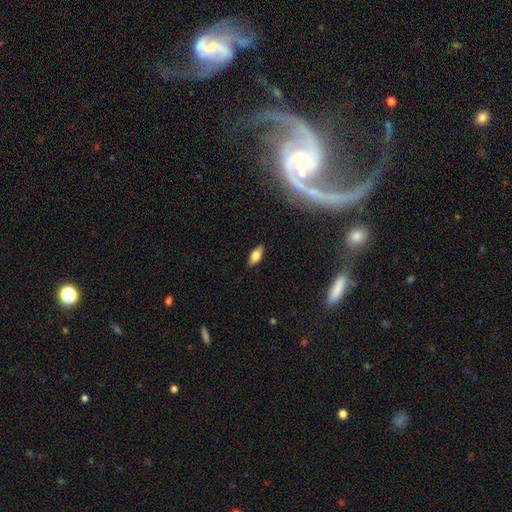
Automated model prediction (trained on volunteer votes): The model was most divided on "smooth or featured": smooth: 72%, featured or disk: 20%, star or artifact: 8%. More confident: merging — none (88%); how rounded — in between (81%).